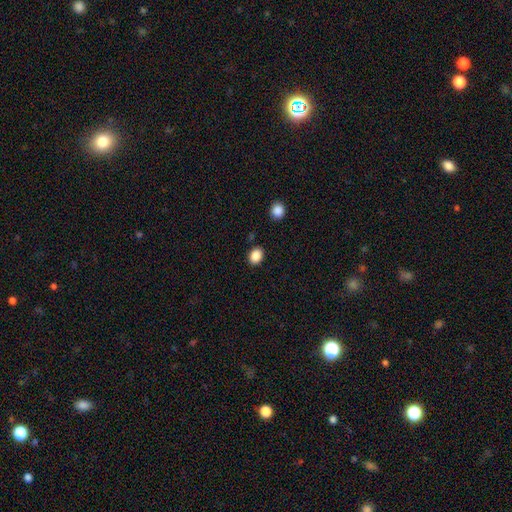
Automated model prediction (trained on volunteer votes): A smooth galaxy with no disk features (88%) that is in between round and cigar-shaped (61%).

Vote fractions:
- Smooth or featured? smooth: 88% / star or artifact: 9% / featured or disk: 3%
- How rounded? in between: 61% / round: 38% / cigar-shaped: 1%
- Merging? none: 86% / minor disturbance: 9% / merger: 3% / major disturbance: 2%